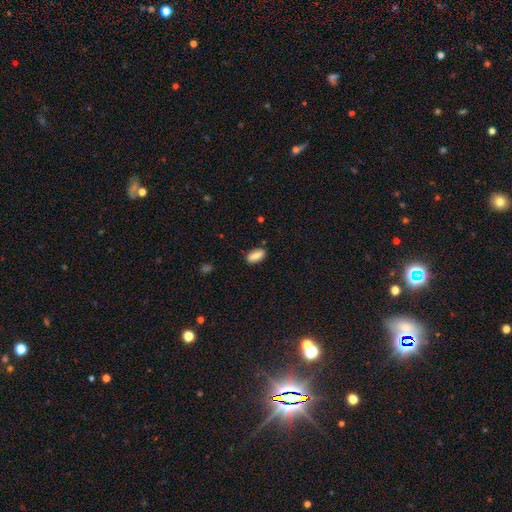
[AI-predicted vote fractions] Smooth or featured: smooth — 82% (featured or disk — 11%)
How rounded: in between — 86% (cigar-shaped — 11%)
Merging: none — 85% (minor disturbance — 11%)